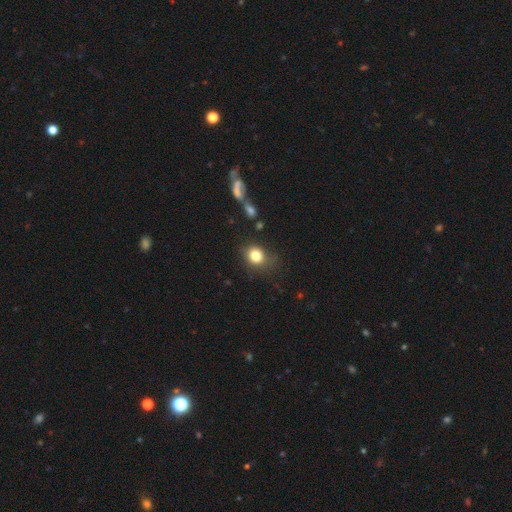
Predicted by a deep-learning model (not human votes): Smooth or featured? smooth (82%)
How rounded? round (71%)
Merging? none (69%)